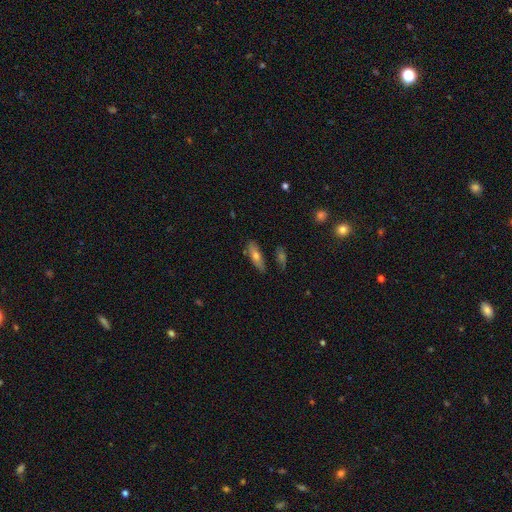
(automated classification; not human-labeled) Smooth or featured: smooth — 59% (featured or disk — 33%)
How rounded: in between — 50% (cigar-shaped — 47%)
Merging: none — 76% (minor disturbance — 16%)